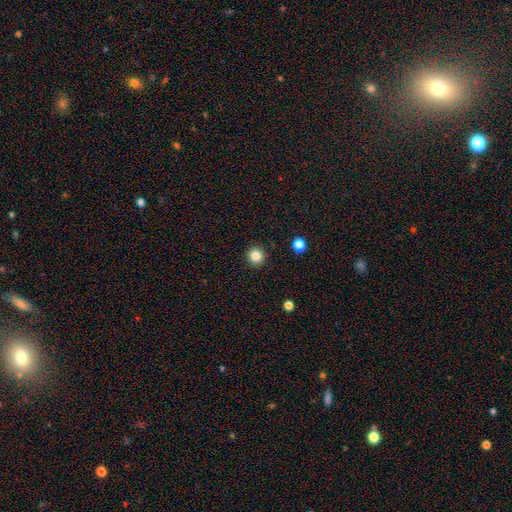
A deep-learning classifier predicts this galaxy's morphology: A smooth galaxy with no disk features (83%) that is round (94%).

Vote fractions:
- Smooth or featured? smooth: 83% / star or artifact: 11% / featured or disk: 5%
- How rounded? round: 94% / in between: 5% / cigar-shaped: 1%
- Merging? none: 92% / minor disturbance: 5% / major disturbance: 2% / merger: 1%